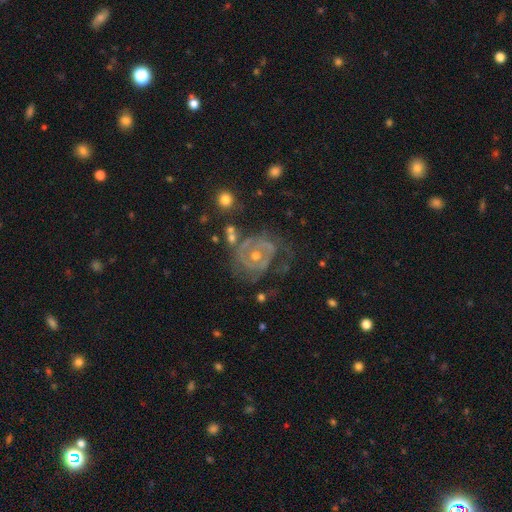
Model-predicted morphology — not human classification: type=featured or disk (82%); edge-on=no (97%); bar=no (73%); spiral arms=yes (84%); winding=tight (64%); arm count=2 (39%); bulge=moderate (56%); merging=none (53%).